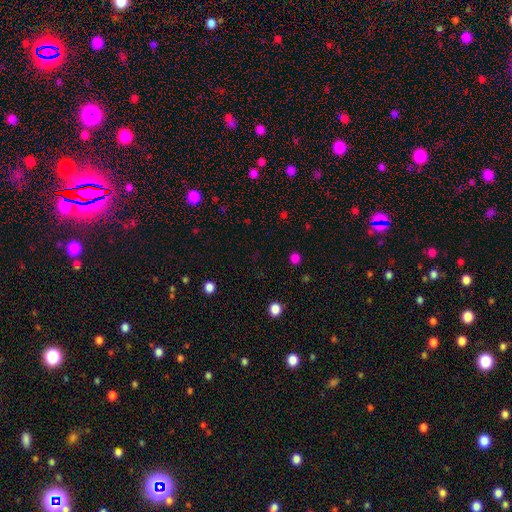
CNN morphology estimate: The model was most divided on "smooth or featured": star or artifact: 50%, smooth: 44%, featured or disk: 7%.